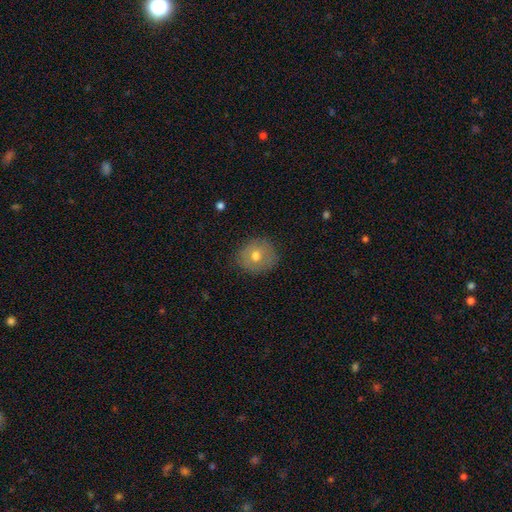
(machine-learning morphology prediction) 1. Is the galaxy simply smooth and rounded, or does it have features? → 65% smooth, 25% featured or disk, 10% star or artifact.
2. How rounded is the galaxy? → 80% round, 19% in between, 1% cigar-shaped.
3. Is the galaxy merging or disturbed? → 83% none, 13% minor disturbance, 3% major disturbance, 1% merger.